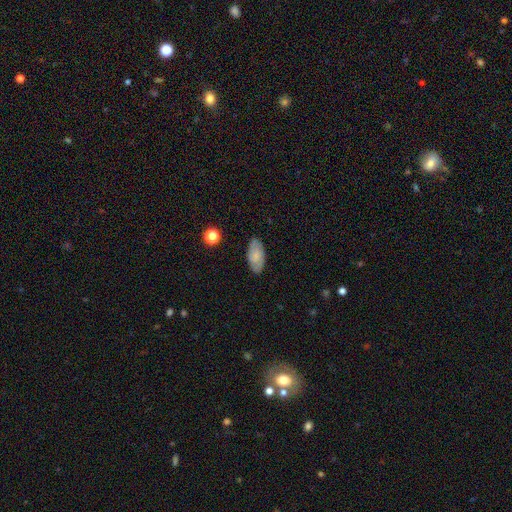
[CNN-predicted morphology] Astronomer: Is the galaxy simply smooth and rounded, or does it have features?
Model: smooth — 64%.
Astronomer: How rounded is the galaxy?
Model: in between — 93%.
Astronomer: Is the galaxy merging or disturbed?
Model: none — 82%.